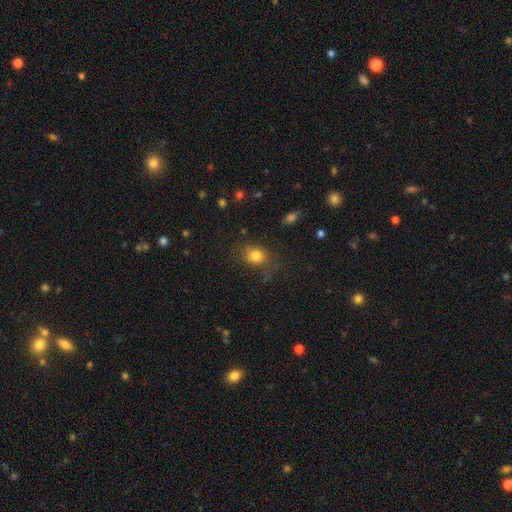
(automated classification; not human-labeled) smooth_or_featured: smooth (p=0.80) [alt: star or artifact p=0.12]
how_rounded: round (p=0.62) [alt: in between p=0.37]
merging: none (p=0.71) [alt: minor disturbance p=0.18]